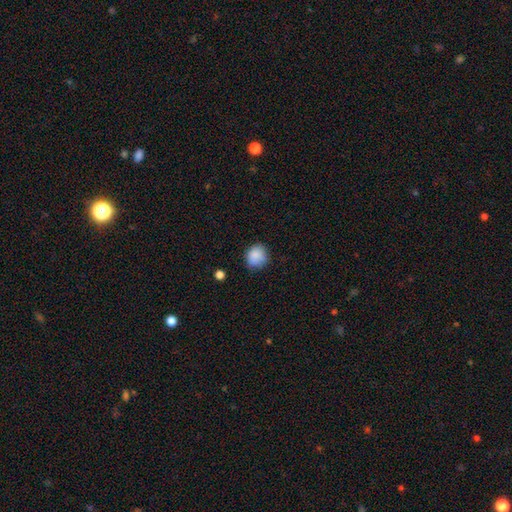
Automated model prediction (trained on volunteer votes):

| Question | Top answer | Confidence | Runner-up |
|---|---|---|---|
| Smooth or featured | smooth | 86% | star or artifact (9%) |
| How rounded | round | 82% | in between (17%) |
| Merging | none | 73% | minor disturbance (21%) |